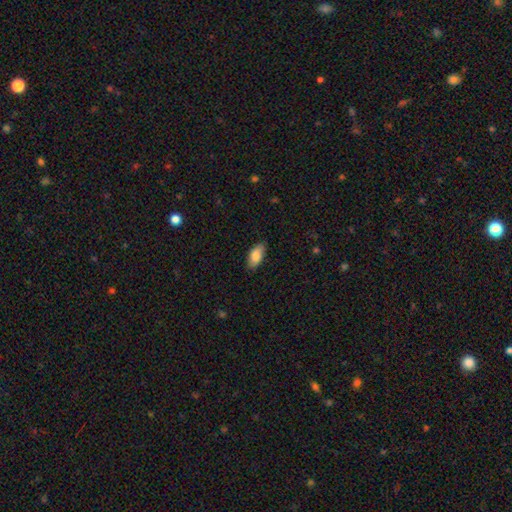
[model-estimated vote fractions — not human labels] smooth 85%, featured or disk 8%, star or artifact 6%. Down the decision tree: how rounded — in between (91%); merging — none (85%).